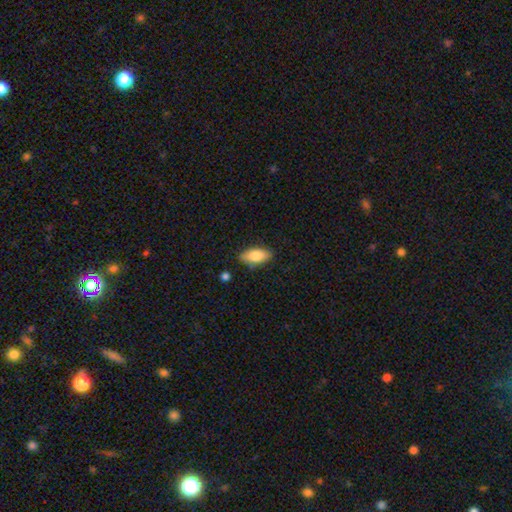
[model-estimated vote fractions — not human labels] smooth-or-featured: smooth: 80% | featured or disk: 13% | star or artifact: 7%
  how-rounded: in between: 85% | cigar-shaped: 12% | round: 3%
  merging: none: 83% | minor disturbance: 13% | major disturbance: 2% | merger: 2%